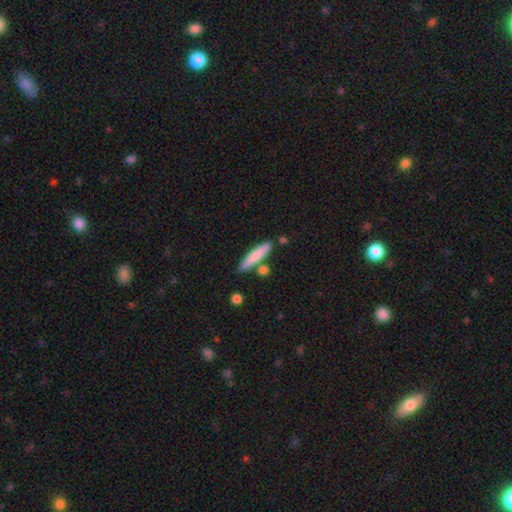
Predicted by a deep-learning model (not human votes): Smooth or featured?
  - smooth: 76% *
  - featured or disk: 19%
  - star or artifact: 6%
How rounded?
  - cigar-shaped: 88% *
  - in between: 11%
  - round: 2%
Merging?
  - none: 79% *
  - minor disturbance: 11%
  - merger: 8%
  - major disturbance: 2%